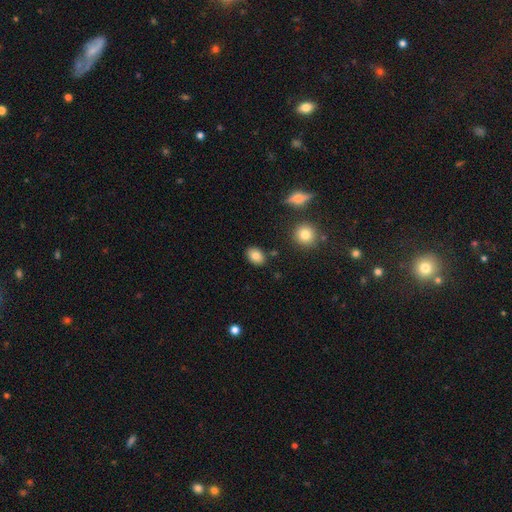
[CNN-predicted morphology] A smooth galaxy with no disk features (82%) that is in between round and cigar-shaped (75%).

Vote fractions:
- Smooth or featured? smooth: 82% / star or artifact: 9% / featured or disk: 9%
- How rounded? in between: 75% / round: 24% / cigar-shaped: 1%
- Merging? none: 86% / minor disturbance: 9% / merger: 3% / major disturbance: 2%